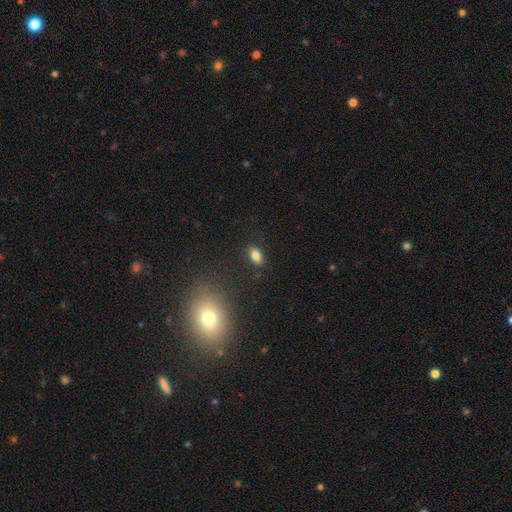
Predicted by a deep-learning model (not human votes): smooth-or-featured: smooth: 83% | star or artifact: 10% | featured or disk: 7%
  how-rounded: in between: 88% | round: 8% | cigar-shaped: 4%
  merging: none: 86% | minor disturbance: 10% | major disturbance: 3% | merger: 2%